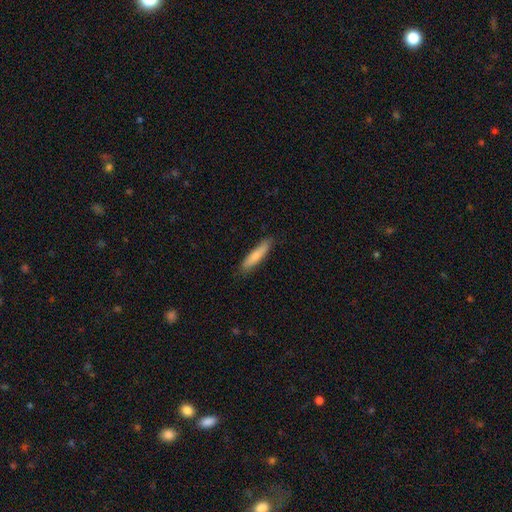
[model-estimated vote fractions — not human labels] Smooth or featured? Predicted: smooth (p=0.74). How rounded? Predicted: cigar-shaped (p=0.84). Merging? Predicted: none (p=0.84).